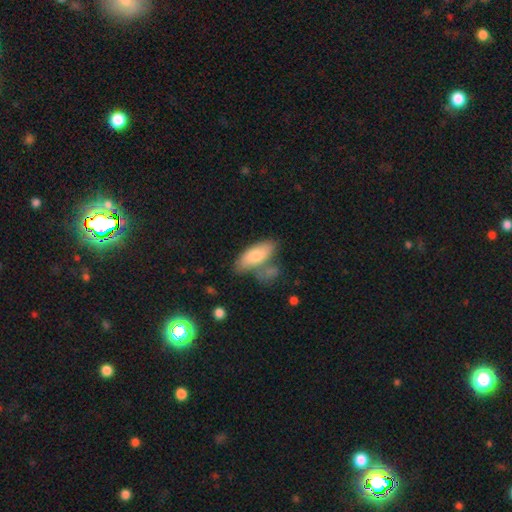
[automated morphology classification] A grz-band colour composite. It shows a smooth galaxy with no disk features (75%) that is in between round and cigar-shaped (79%). Merging: none (57%).